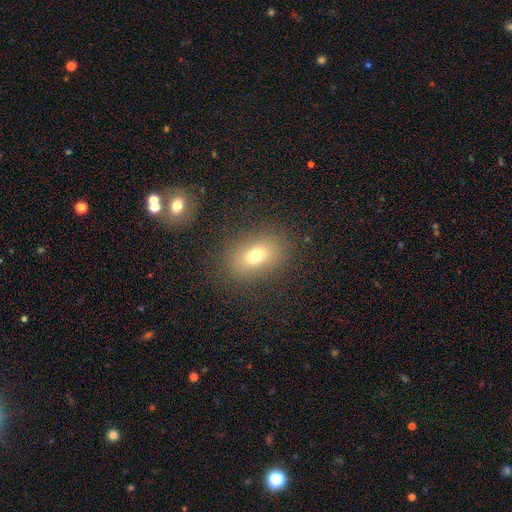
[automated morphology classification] Smooth or featured? Predicted: smooth (p=0.72). How rounded? Predicted: in between (p=0.78). Merging? Predicted: none (p=0.83).